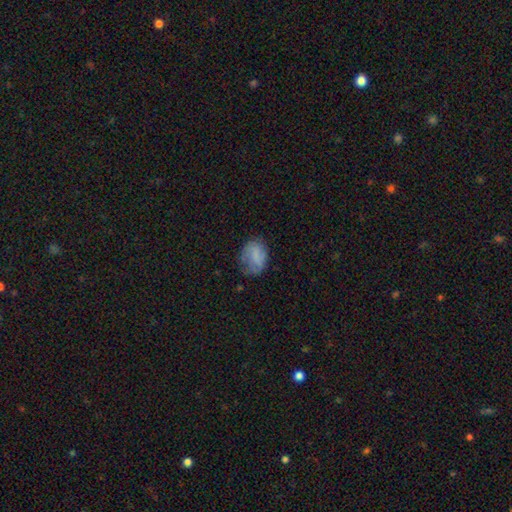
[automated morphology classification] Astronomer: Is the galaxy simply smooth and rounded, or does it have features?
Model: smooth — 72%.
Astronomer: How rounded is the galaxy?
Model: in between — 68%.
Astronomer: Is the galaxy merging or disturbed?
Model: none — 55% (runner-up: minor disturbance, 30%).